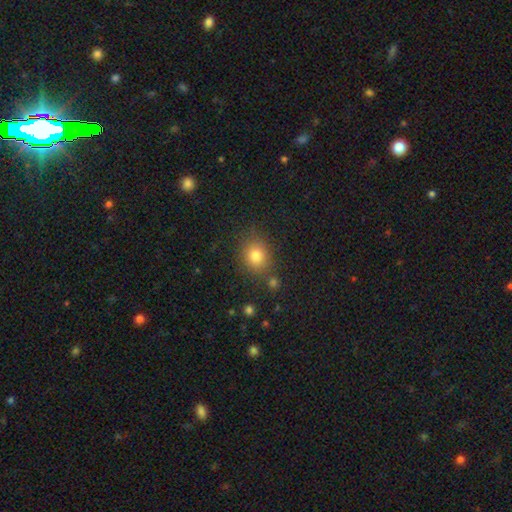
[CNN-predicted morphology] smooth 80%, star or artifact 13%, featured or disk 7%. Down the decision tree: how rounded — round (72%); merging — none (79%).